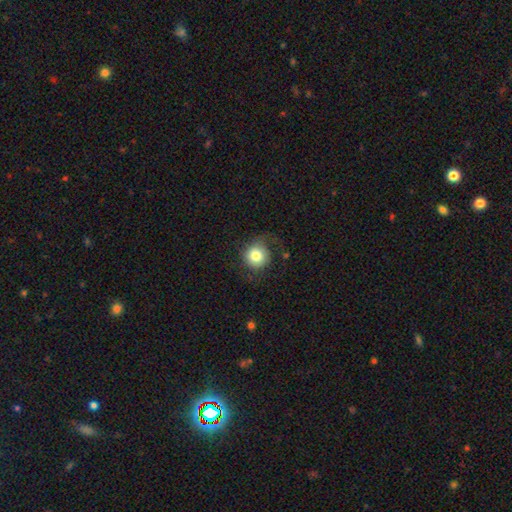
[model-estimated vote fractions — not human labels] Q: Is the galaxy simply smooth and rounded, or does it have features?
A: smooth — 78%.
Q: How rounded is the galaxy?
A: round — 90%.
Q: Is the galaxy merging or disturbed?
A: none — 64%.